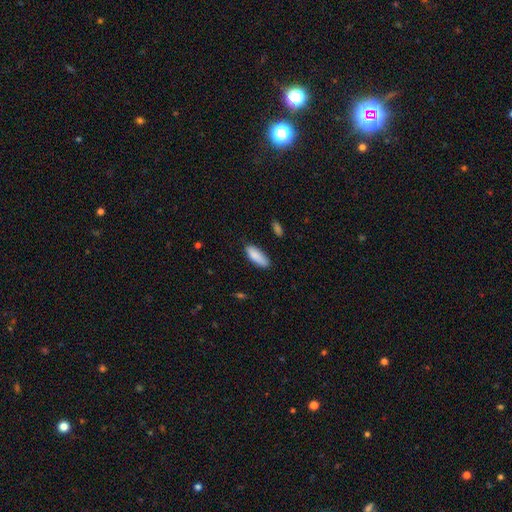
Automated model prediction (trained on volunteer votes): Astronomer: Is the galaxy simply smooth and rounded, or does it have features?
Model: smooth — 88%.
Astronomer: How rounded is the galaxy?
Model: in between — 69%.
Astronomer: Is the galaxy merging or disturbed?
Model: none — 82%.